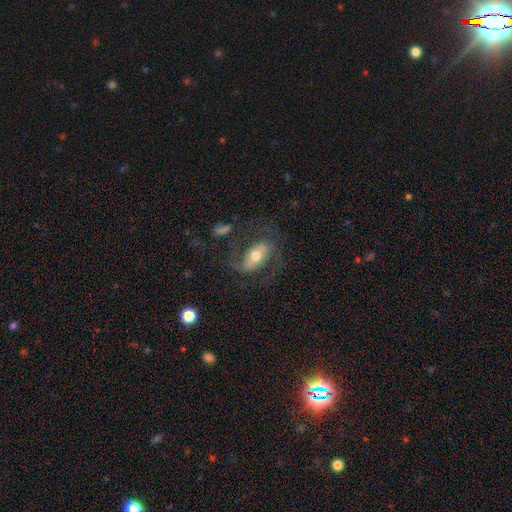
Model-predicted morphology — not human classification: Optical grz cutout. It shows a featured or disk galaxy (69%) with a strong bar (42%), 2 (83%) medium (48%) spiral arms (82%) and a moderate central bulge (66%). Merging: none (60%).